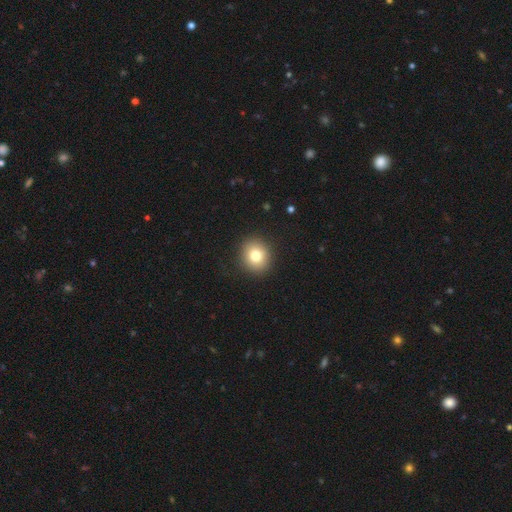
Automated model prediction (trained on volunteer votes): smooth 80%, star or artifact 11%, featured or disk 10%. Down the decision tree: how rounded — round (81%); merging — none (91%).